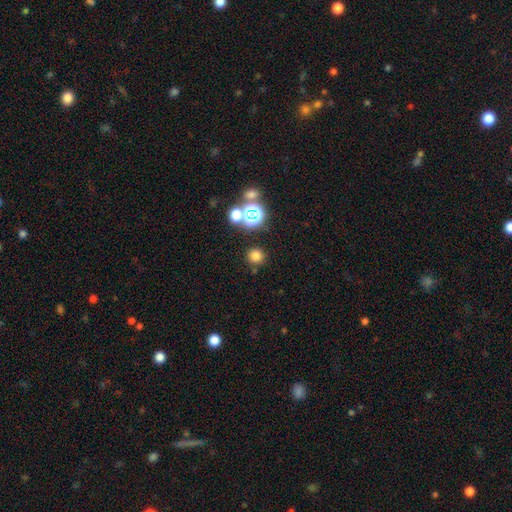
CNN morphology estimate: The model was most divided on "smooth or featured": smooth: 74%, star or artifact: 20%, featured or disk: 6%. More confident: how rounded — round (92%); merging — none (82%).